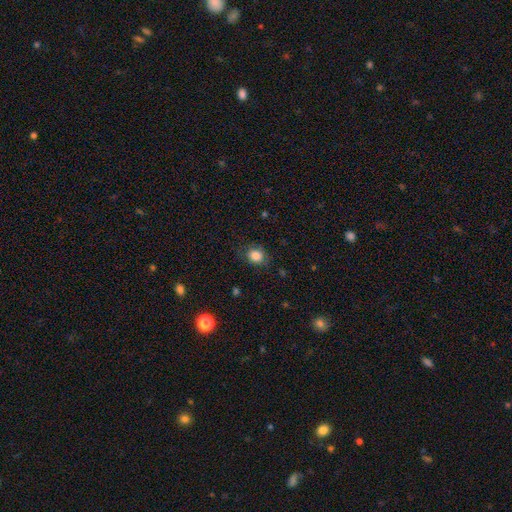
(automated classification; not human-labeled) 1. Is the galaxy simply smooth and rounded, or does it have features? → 85% smooth, 10% star or artifact, 5% featured or disk.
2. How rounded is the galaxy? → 64% round, 35% in between, 1% cigar-shaped.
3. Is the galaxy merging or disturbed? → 78% none, 16% minor disturbance, 5% major disturbance, 1% merger.